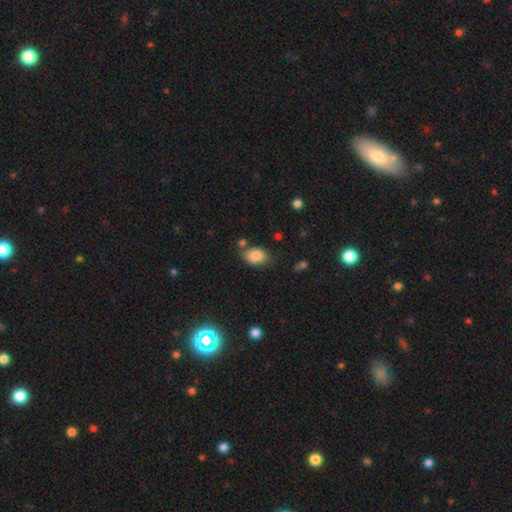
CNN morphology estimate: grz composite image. It shows a smooth galaxy with no disk features (85%) that is in between round and cigar-shaped (81%). Merging: none (63%).